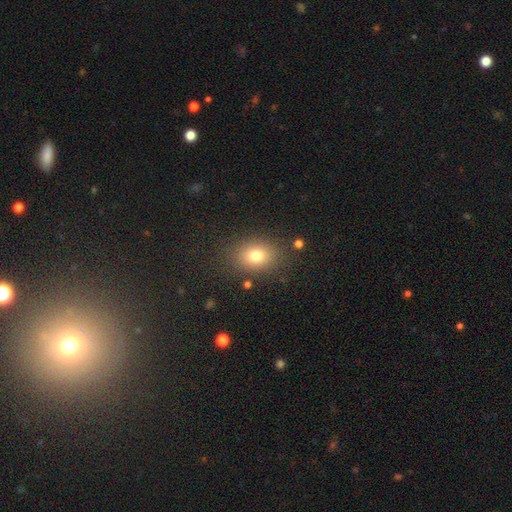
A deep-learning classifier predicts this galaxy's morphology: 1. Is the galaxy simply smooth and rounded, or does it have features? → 77% smooth, 13% star or artifact, 10% featured or disk.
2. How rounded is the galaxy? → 61% in between, 38% round, 1% cigar-shaped.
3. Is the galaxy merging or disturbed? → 83% none, 10% minor disturbance, 4% major disturbance, 2% merger.